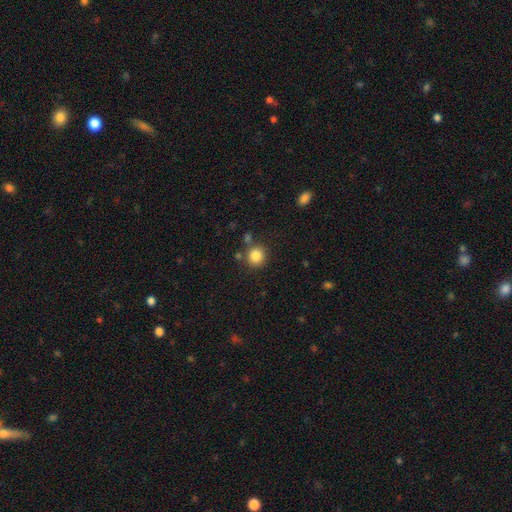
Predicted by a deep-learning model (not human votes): Smooth or featured: smooth — 84% (star or artifact — 10%)
How rounded: round — 89% (in between — 10%)
Merging: none — 78% (minor disturbance — 9%)